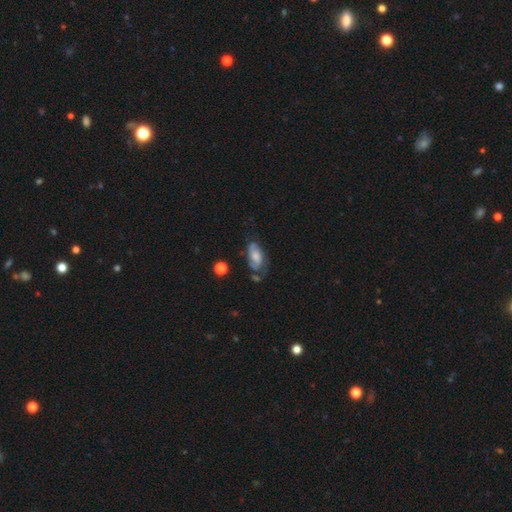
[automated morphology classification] Smooth or featured?
  - featured or disk: 60% *
  - smooth: 32%
  - star or artifact: 8%
Edge-on disk?
  - no: 93% *
  - yes: 7%
Bar?
  - no: 65% *
  - weak: 29%
  - strong: 6%
Spiral arms?
  - yes: 86% *
  - no: 14%
Bulge size?
  - moderate: 44% *
  - small: 29%
  - large: 15%
  - none: 10%
  - dominant: 2%
Merging?
  - none: 53% *
  - minor disturbance: 27%
  - major disturbance: 14%
  - merger: 6%